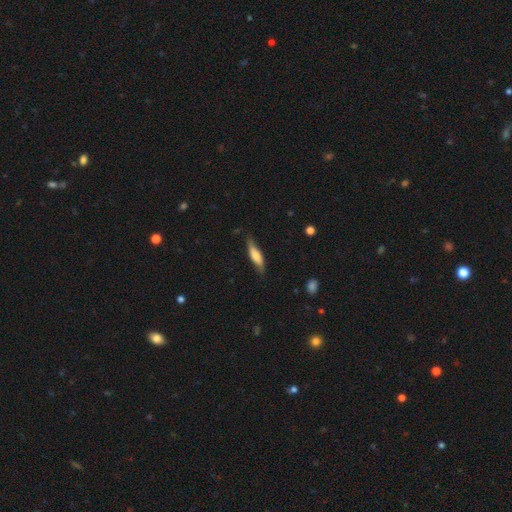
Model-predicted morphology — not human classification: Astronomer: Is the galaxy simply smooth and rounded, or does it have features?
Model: smooth — 57% (runner-up: featured or disk, 37%).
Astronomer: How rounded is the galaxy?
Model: cigar-shaped — 65%.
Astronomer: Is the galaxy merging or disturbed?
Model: none — 73%.